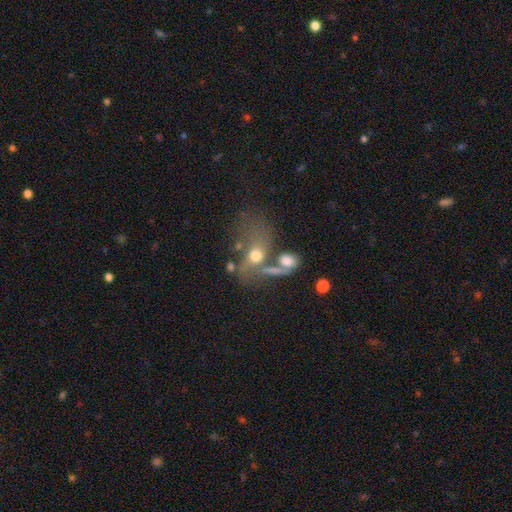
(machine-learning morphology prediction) A smooth galaxy with no disk features (52%) that is in between round and cigar-shaped (66%).

Vote fractions:
- Smooth or featured? smooth: 52% / featured or disk: 35% / star or artifact: 13%
- How rounded? in between: 66% / round: 29% / cigar-shaped: 5%
- Merging? merger: 38% / none: 24% / major disturbance: 24% / minor disturbance: 14%